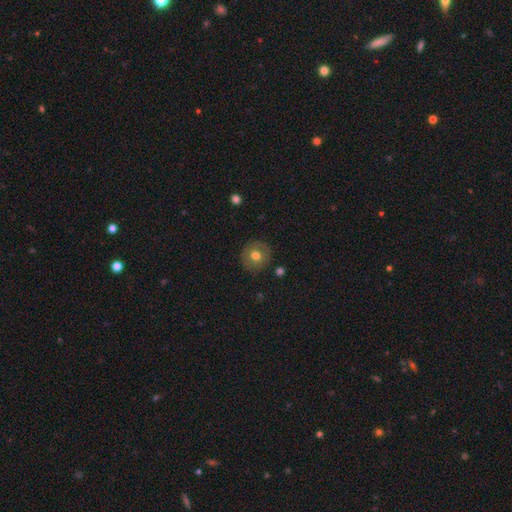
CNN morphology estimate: Q: Smooth or featured?
A: smooth (70%); runner-up: featured or disk (20%)
Q: How rounded?
A: round (91%); runner-up: in between (8%)
Q: Merging?
A: none (88%); runner-up: minor disturbance (8%)